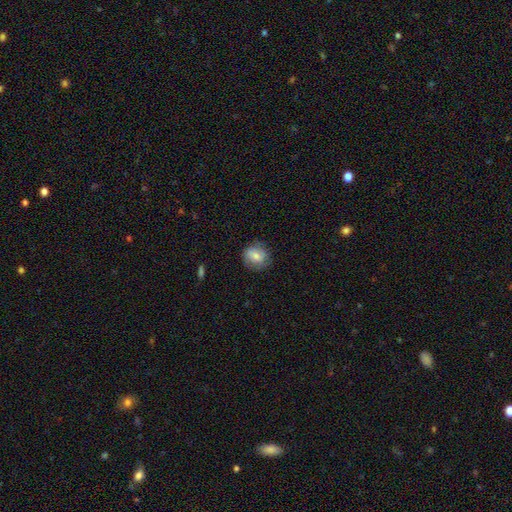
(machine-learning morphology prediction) This appears to be a smooth galaxy with no disk features (68%) that is round (77%). Merging: none (79%).